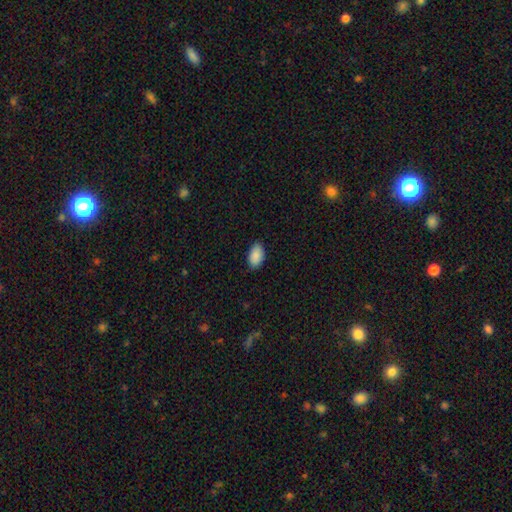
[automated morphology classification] Smooth or featured: smooth — 89% (star or artifact — 7%)
How rounded: in between — 93% (round — 5%)
Merging: none — 84% (minor disturbance — 13%)